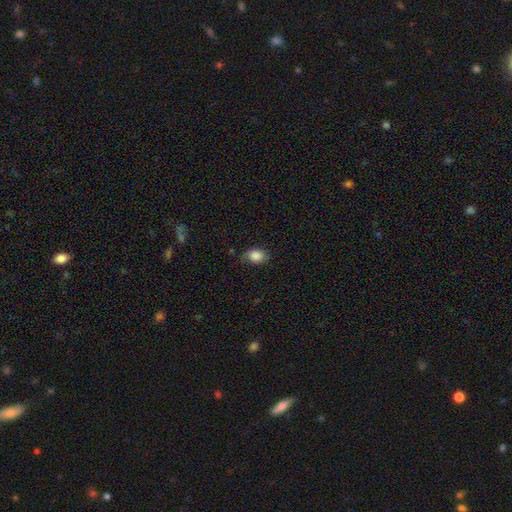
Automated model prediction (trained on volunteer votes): A smooth galaxy with no disk features (86%) that is in between round and cigar-shaped (77%). Merging: none (70%).